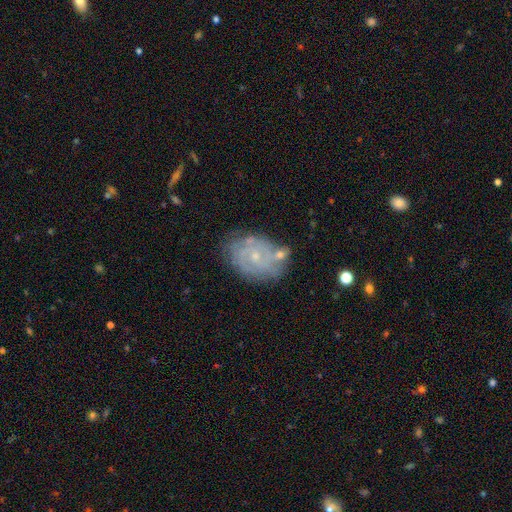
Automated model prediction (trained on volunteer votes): Q: Smooth or featured?
A: featured or disk (70%); runner-up: smooth (20%)
Q: Edge-on disk?
A: no (96%); runner-up: yes (4%)
Q: Bar?
A: no (75%); runner-up: weak (21%)
Q: Spiral arms?
A: yes (79%); runner-up: no (21%)
Q: Spiral winding?
A: tight (68%); runner-up: medium (24%)
Q: Spiral arm count?
A: can't tell (51%); runner-up: 2 (18%)
Q: Bulge size?
A: small (73%); runner-up: moderate (22%)
Q: Merging?
A: none (67%); runner-up: minor disturbance (18%)